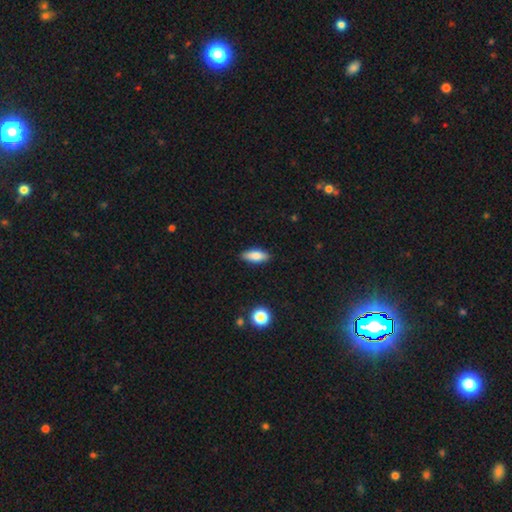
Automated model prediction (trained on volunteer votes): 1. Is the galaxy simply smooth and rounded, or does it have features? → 81% smooth, 12% featured or disk, 7% star or artifact.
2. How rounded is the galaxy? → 72% in between, 25% cigar-shaped, 3% round.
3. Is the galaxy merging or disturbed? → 87% none, 10% minor disturbance, 2% major disturbance, 1% merger.